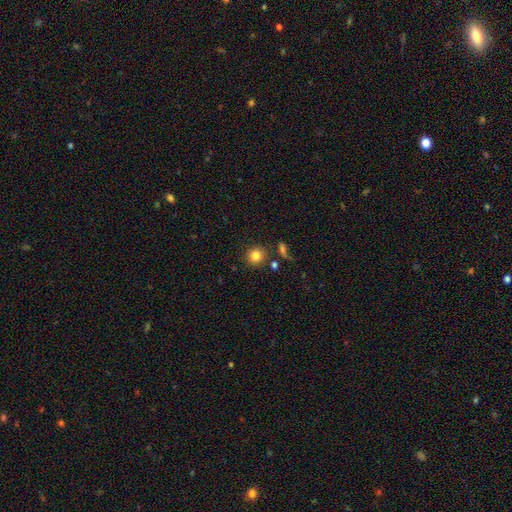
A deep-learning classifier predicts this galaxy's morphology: This appears to be a smooth galaxy with no disk features (82%) that is round (91%). Merging: none (83%).